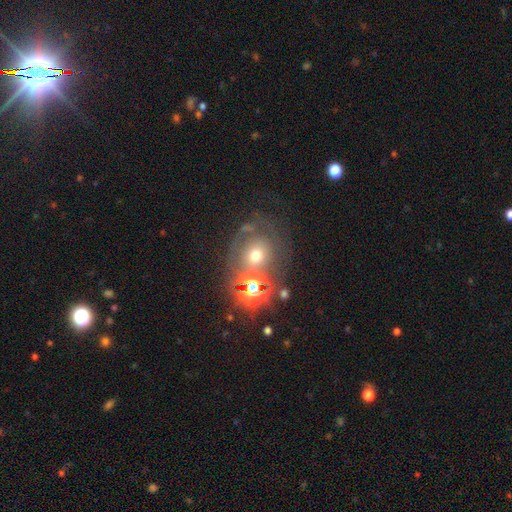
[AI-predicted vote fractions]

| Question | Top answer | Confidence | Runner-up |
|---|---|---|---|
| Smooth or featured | smooth | 49% | star or artifact (27%) |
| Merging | none | 54% | merger (18%) |